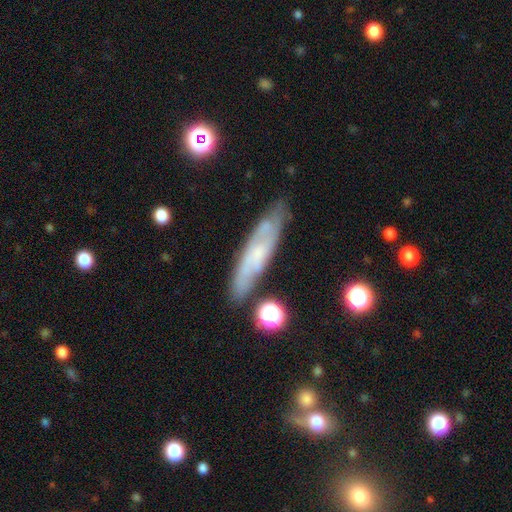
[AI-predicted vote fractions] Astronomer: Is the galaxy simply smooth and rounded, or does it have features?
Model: featured or disk — 56% (runner-up: smooth, 35%).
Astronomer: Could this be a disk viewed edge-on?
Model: no — 54% (runner-up: yes, 46%).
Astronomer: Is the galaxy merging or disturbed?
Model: none — 75%.